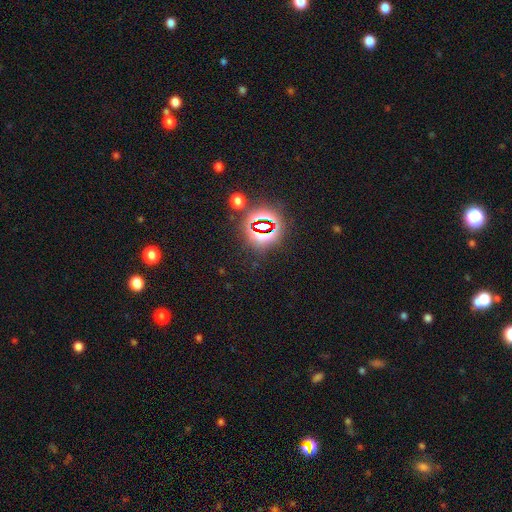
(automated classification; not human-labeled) Smooth or featured?
  - star or artifact: 82% *
  - smooth: 11%
  - featured or disk: 7%